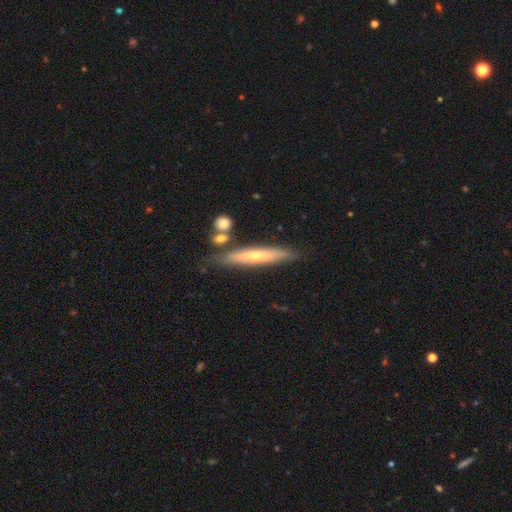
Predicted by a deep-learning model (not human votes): A featured or disk galaxy (59%) viewed edge-on (91%) with a rounded central bulge (67%).

Vote fractions:
- Smooth or featured? featured or disk: 59% / smooth: 33% / star or artifact: 8%
- Edge-on disk? yes: 91% / no: 9%
- Edge-on bulge? rounded: 67% / none: 28% / boxy: 4%
- Merging? none: 79% / minor disturbance: 12% / merger: 7% / major disturbance: 3%